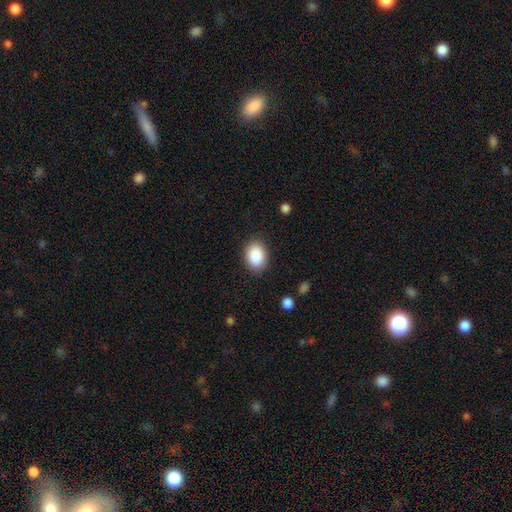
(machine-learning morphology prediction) This appears to be a smooth galaxy with no disk features (89%) that is in between round and cigar-shaped (77%). Merging: none (87%).